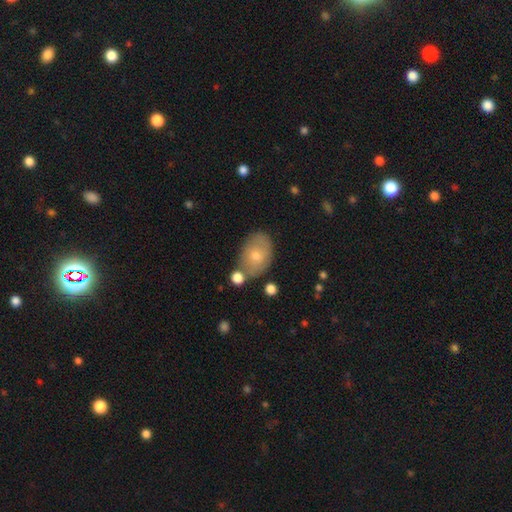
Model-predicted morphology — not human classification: smooth-or-featured: smooth: 62% | featured or disk: 28% | star or artifact: 9%
  how-rounded: in between: 79% | round: 19% | cigar-shaped: 1%
  merging: none: 69% | minor disturbance: 18% | merger: 8% | major disturbance: 5%